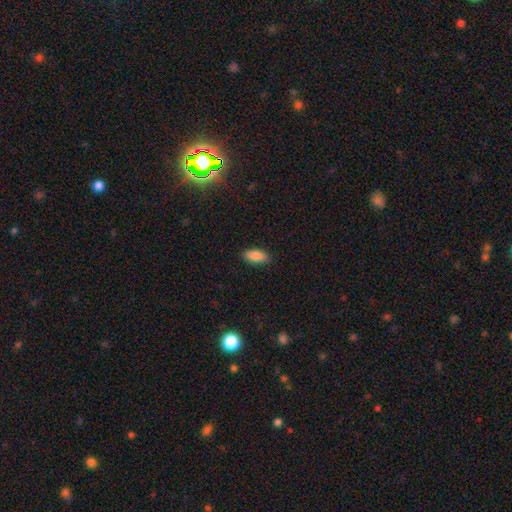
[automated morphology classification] Q: Smooth or featured?
A: smooth (87%); runner-up: star or artifact (7%)
Q: How rounded?
A: in between (90%); runner-up: cigar-shaped (8%)
Q: Merging?
A: none (88%); runner-up: minor disturbance (9%)